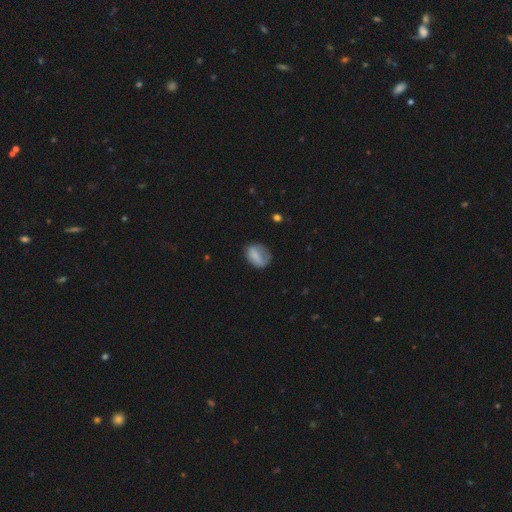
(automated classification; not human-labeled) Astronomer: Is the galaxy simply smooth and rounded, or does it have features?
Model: smooth — 71%.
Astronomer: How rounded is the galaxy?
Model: in between — 67%.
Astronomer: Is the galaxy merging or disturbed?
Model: none — 50% (runner-up: minor disturbance, 30%).